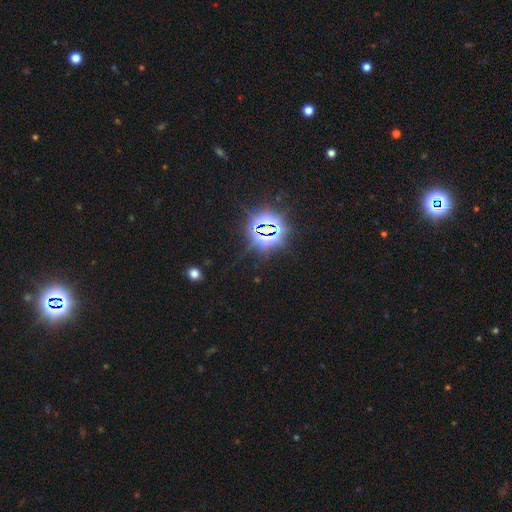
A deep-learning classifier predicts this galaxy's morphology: Overall: star or artifact (82%).